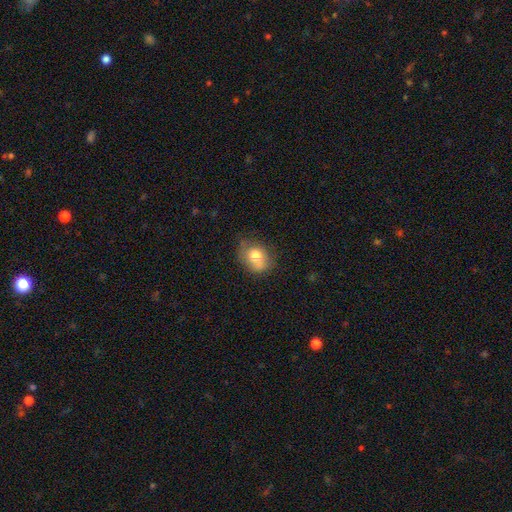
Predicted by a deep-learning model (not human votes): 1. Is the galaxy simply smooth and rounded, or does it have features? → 74% smooth, 17% featured or disk, 10% star or artifact.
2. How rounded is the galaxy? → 51% in between, 48% round, 1% cigar-shaped.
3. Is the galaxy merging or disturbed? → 57% none, 29% minor disturbance, 9% major disturbance, 6% merger.